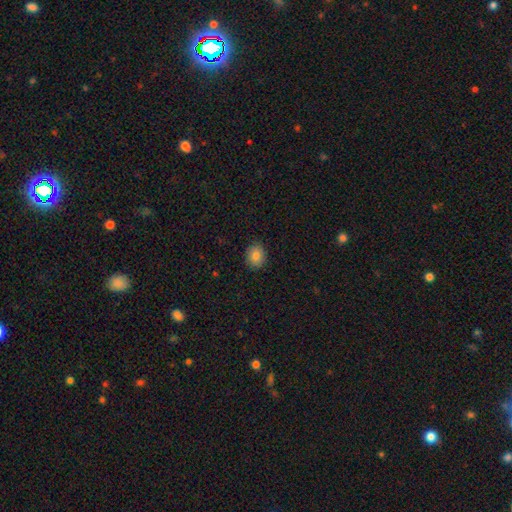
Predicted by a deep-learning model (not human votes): Smooth or featured? smooth (84%)
How rounded? round (56%)
Merging? none (89%)